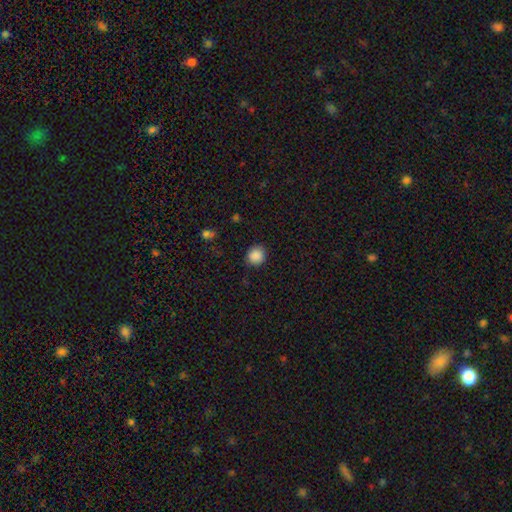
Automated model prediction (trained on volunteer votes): Smooth or featured? smooth (88%)
How rounded? round (86%)
Merging? none (88%)